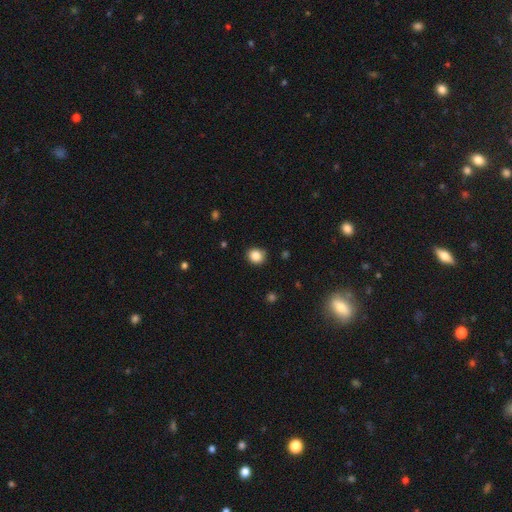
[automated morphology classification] smooth 86%, star or artifact 10%, featured or disk 4%. Down the decision tree: how rounded — round (79%); merging — none (86%).